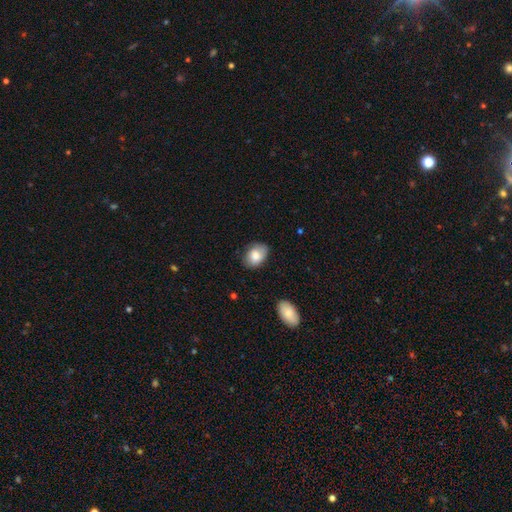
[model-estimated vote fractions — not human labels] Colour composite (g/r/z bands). It shows a smooth galaxy with no disk features (79%) that is in between round and cigar-shaped (79%). Merging: none (74%).